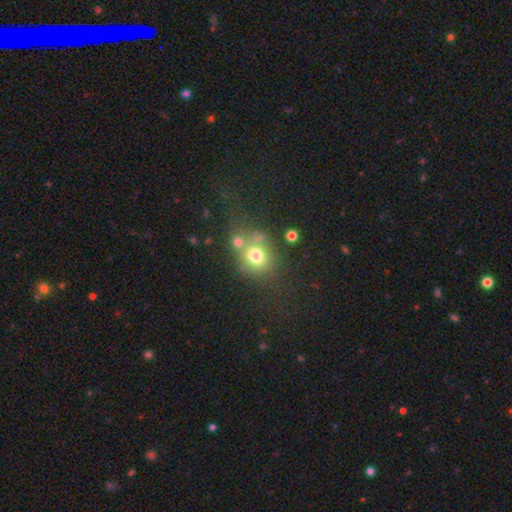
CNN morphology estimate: This is likely a smooth galaxy (72%). How rounded: likely round (73%). Merging: possibly none (49%).